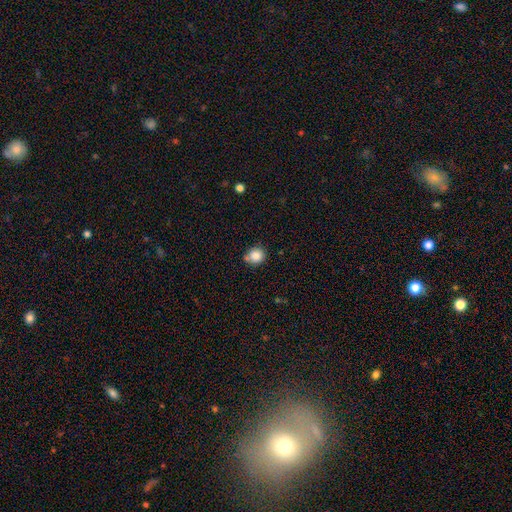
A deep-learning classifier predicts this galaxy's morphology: This is clearly a smooth galaxy (85%). How rounded: clearly round (83%). Merging: likely none (69%).